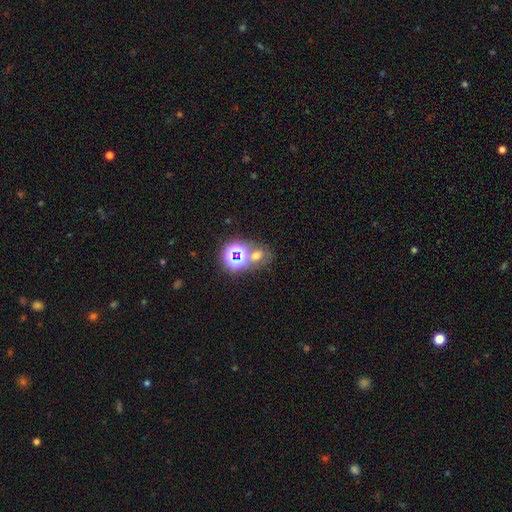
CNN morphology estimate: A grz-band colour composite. It shows a smooth galaxy with no disk features (45%). Merging: none (52%).